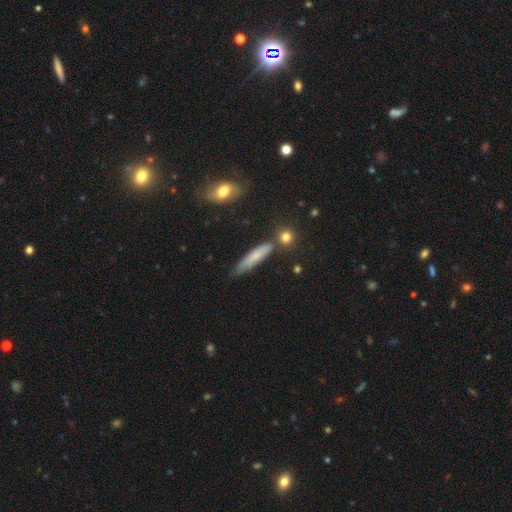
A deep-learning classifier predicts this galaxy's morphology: A smooth galaxy with no disk features (69%) that is cigar-shaped (83%). Merging: none (66%).